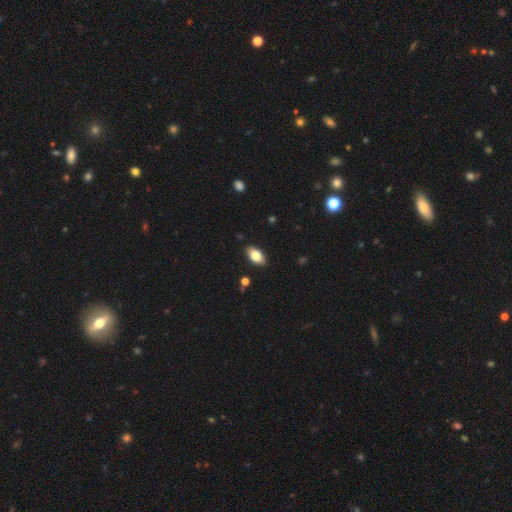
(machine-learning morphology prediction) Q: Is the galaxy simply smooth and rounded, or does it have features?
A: smooth — 82%.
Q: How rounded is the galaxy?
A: in between — 92%.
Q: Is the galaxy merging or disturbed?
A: none — 88%.